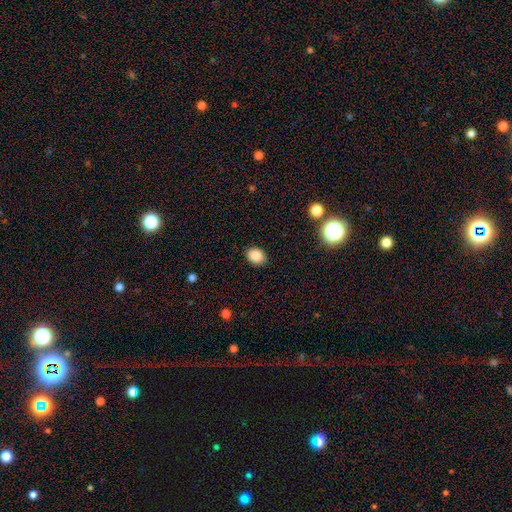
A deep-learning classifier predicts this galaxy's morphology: smooth 86%, star or artifact 10%, featured or disk 4%. Down the decision tree: how rounded — in between (54%); merging — none (88%).